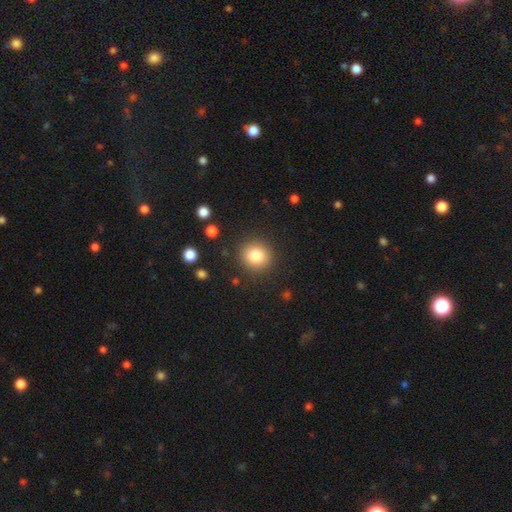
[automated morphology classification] Smooth or featured? smooth (82%)
How rounded? round (89%)
Merging? none (88%)